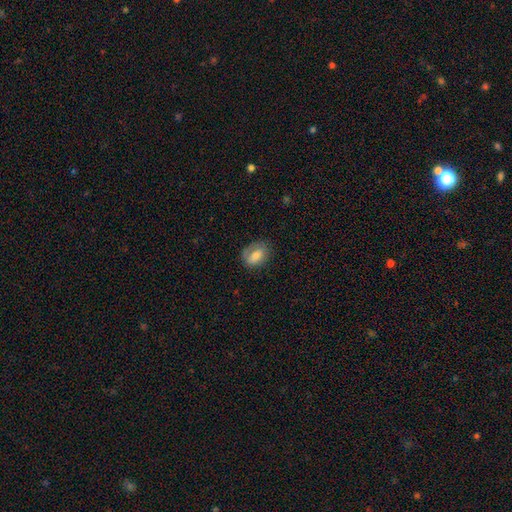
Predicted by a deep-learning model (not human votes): Smooth or featured: smooth — 69% (featured or disk — 23%)
How rounded: in between — 74% (round — 24%)
Merging: none — 68% (minor disturbance — 22%)